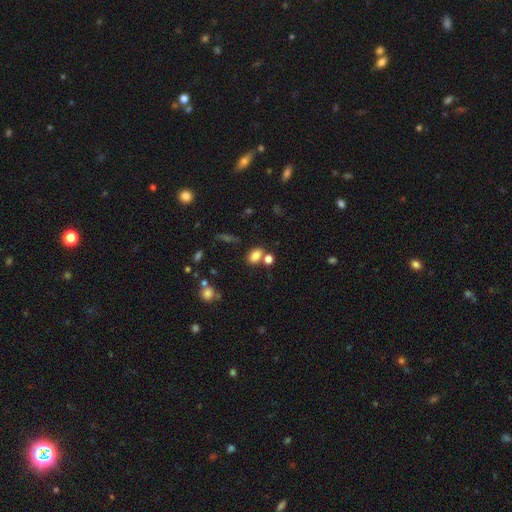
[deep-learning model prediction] Smooth or featured? Predicted: smooth (p=0.81). How rounded? Predicted: in between (p=0.80). Merging? Predicted: none (p=0.59).